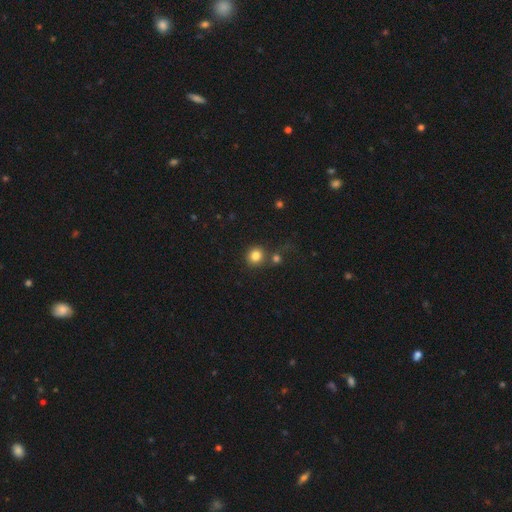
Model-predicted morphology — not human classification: Overall: smooth (82%). How rounded: round (88%). Merging: none (72%).